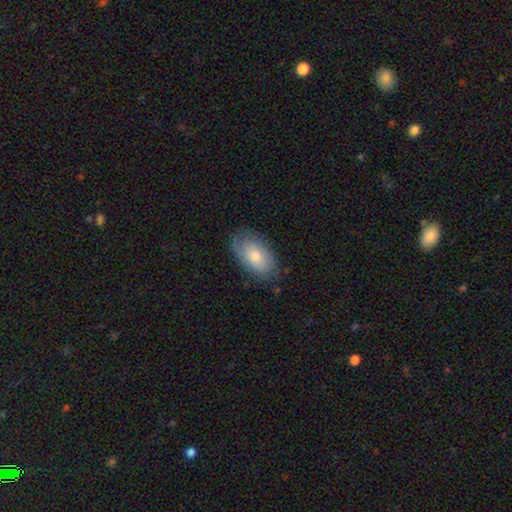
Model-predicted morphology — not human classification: The model was most divided on "merging": none: 72%, minor disturbance: 22%, major disturbance: 5%, merger: 1%. More confident: how rounded — in between (93%); smooth or featured — smooth (72%).